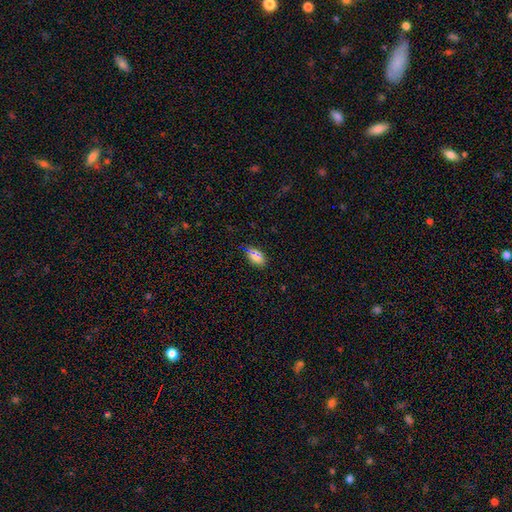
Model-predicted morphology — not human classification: Overall: smooth (72%). How rounded: in between (85%). Merging: none (82%).